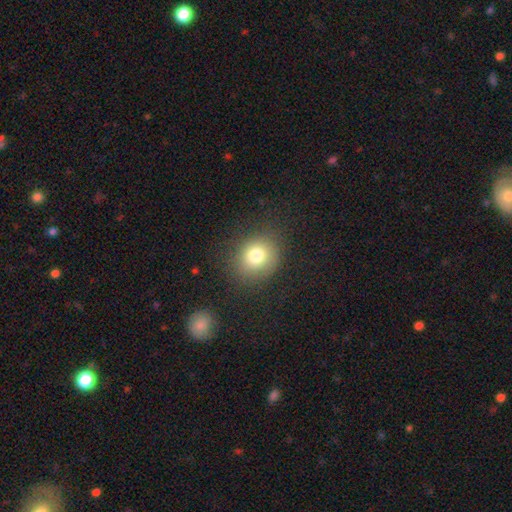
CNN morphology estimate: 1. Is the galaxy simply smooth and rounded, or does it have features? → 77% smooth, 13% star or artifact, 10% featured or disk.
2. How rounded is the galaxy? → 73% round, 26% in between, 1% cigar-shaped.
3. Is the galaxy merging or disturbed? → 83% none, 10% minor disturbance, 5% major disturbance, 1% merger.